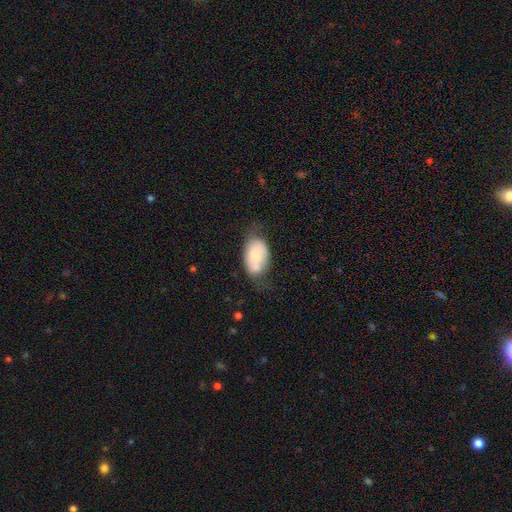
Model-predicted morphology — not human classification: A smooth galaxy with no disk features (62%) that is in between round and cigar-shaped (90%).

Vote fractions:
- Smooth or featured? smooth: 62% / featured or disk: 31% / star or artifact: 7%
- How rounded? in between: 90% / round: 9% / cigar-shaped: 1%
- Merging? none: 48% / minor disturbance: 30% / major disturbance: 12% / merger: 10%